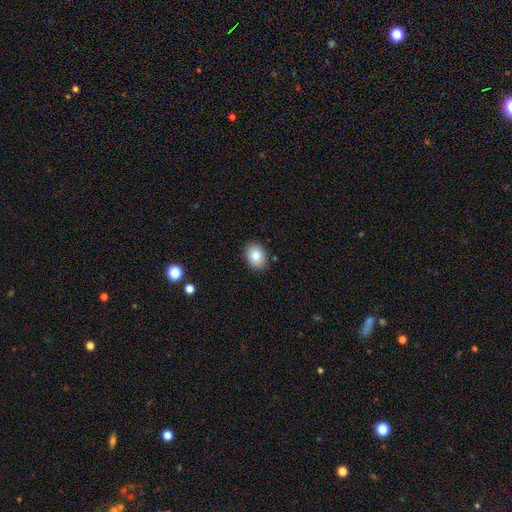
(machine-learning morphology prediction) Smooth or featured? smooth (82%)
How rounded? in between (67%)
Merging? none (89%)